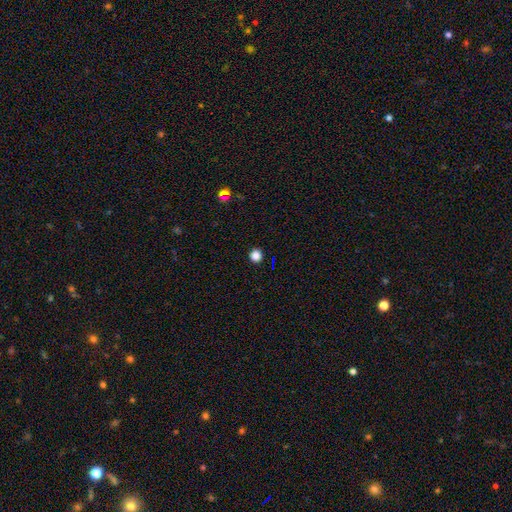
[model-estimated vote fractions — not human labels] smooth-or-featured: smooth: 84% | star or artifact: 13% | featured or disk: 3%
  how-rounded: round: 93% | in between: 6% | cigar-shaped: 1%
  merging: none: 92% | minor disturbance: 5% | major disturbance: 2% | merger: 1%